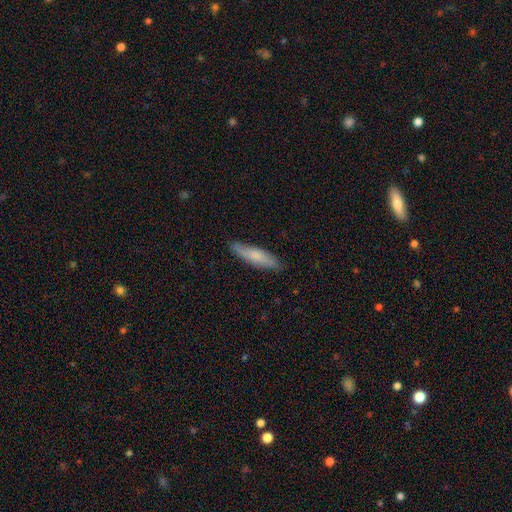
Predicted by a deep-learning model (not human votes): Overall: smooth (68%). How rounded: cigar-shaped (76%). Merging: none (83%).